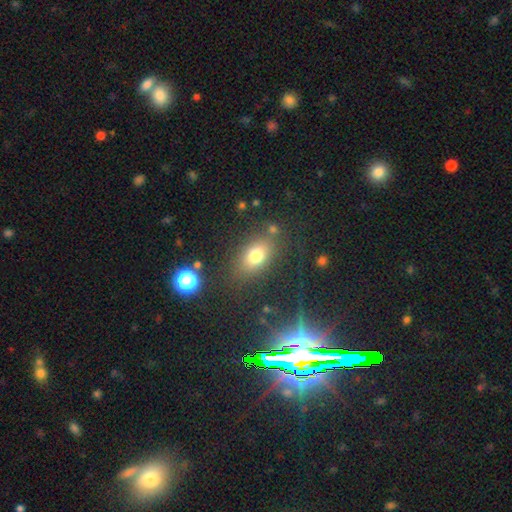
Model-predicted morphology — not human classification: Smooth or featured? smooth (74%)
How rounded? in between (76%)
Merging? none (78%)